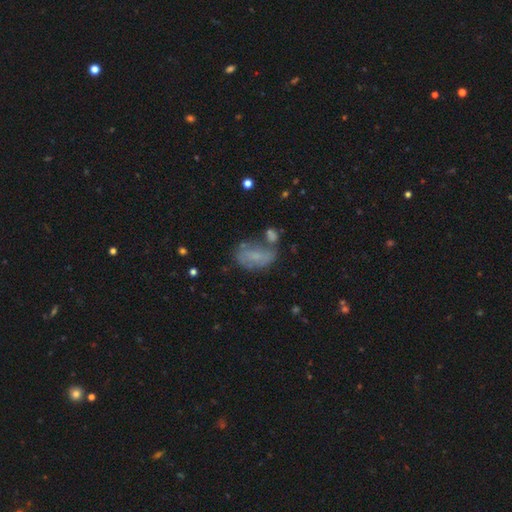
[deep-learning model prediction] This is possibly a smooth galaxy (54%). How rounded: clearly in between (87%). Merging: marginally none (43%).